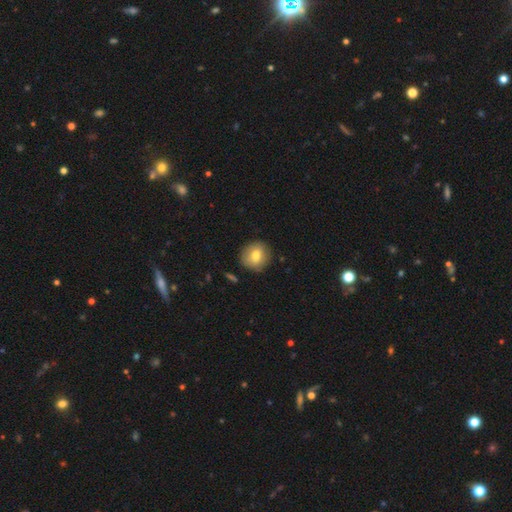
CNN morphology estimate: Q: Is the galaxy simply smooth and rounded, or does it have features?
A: smooth — 76%.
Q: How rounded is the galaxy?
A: round — 87%.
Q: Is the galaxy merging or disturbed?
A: none — 86%.